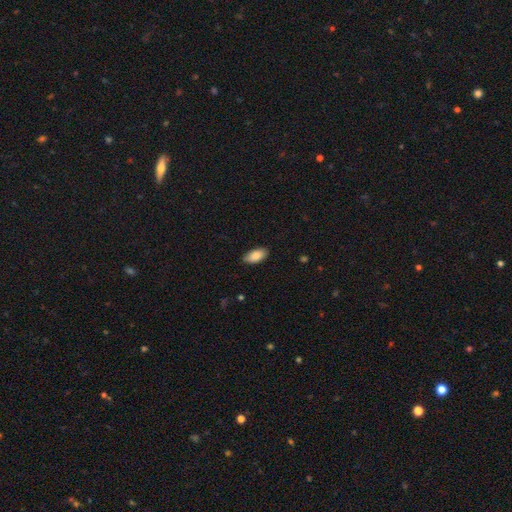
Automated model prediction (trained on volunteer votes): smooth 87%, featured or disk 7%, star or artifact 6%. Down the decision tree: how rounded — in between (93%); merging — none (85%).